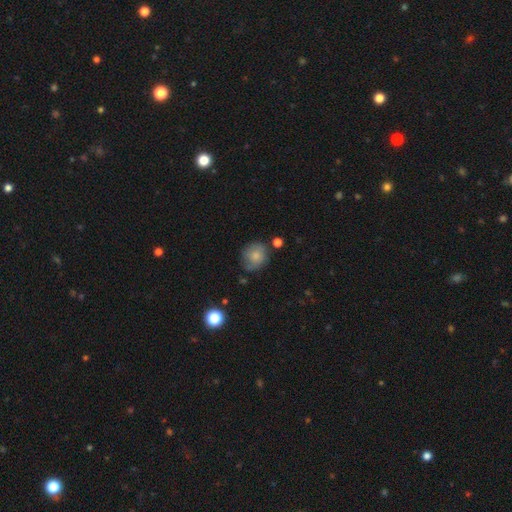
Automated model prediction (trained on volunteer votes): This is likely a smooth galaxy (77%). How rounded: likely round (69%). Merging: likely none (61%).